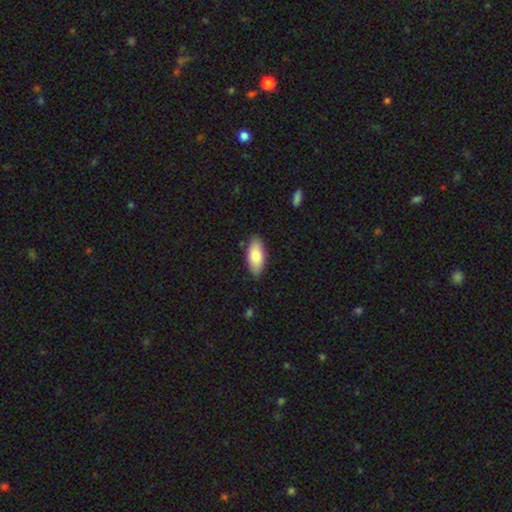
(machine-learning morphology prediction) Overall: smooth (80%). How rounded: in between (87%). Merging: none (84%).